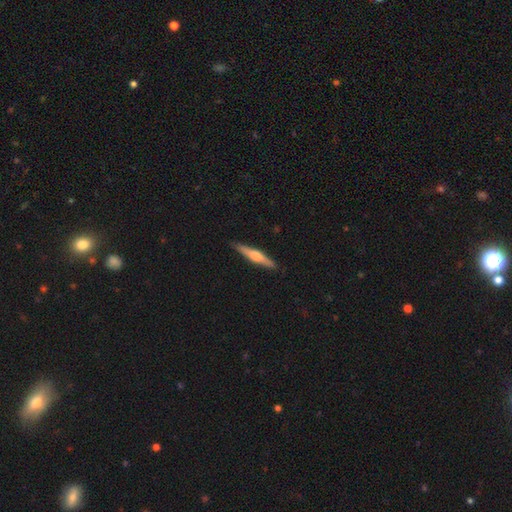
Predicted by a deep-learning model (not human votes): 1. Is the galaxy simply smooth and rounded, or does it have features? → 58% featured or disk, 37% smooth, 5% star or artifact.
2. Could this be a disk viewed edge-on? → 97% yes, 3% no.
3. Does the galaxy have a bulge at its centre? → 82% rounded, 10% boxy, 8% none.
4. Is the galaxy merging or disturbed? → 89% none, 8% minor disturbance, 1% major disturbance, 1% merger.